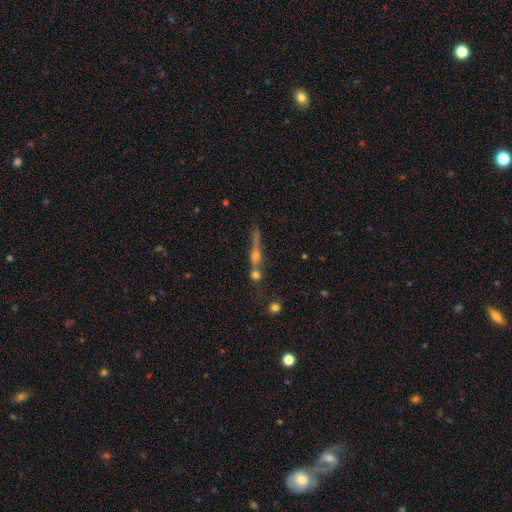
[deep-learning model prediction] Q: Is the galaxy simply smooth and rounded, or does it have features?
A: featured or disk — 58%.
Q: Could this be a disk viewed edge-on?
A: yes — 85%.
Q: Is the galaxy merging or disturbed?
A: none — 55%.